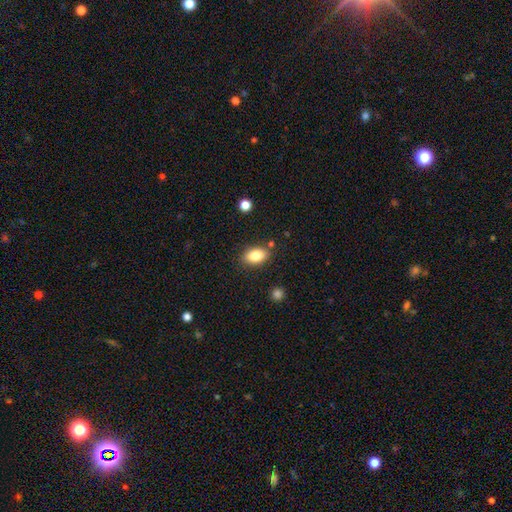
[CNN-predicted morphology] type=smooth (83%); roundness=in between (88%); merging=none (82%).